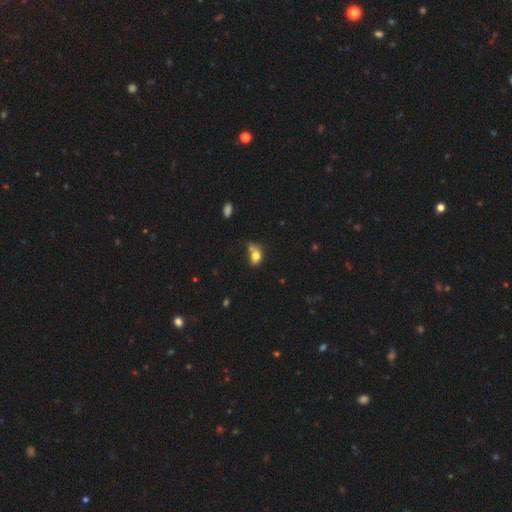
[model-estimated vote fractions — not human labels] Smooth or featured: smooth — 77% (featured or disk — 12%)
How rounded: in between — 67% (round — 31%)
Merging: none — 38% (merger — 30%)